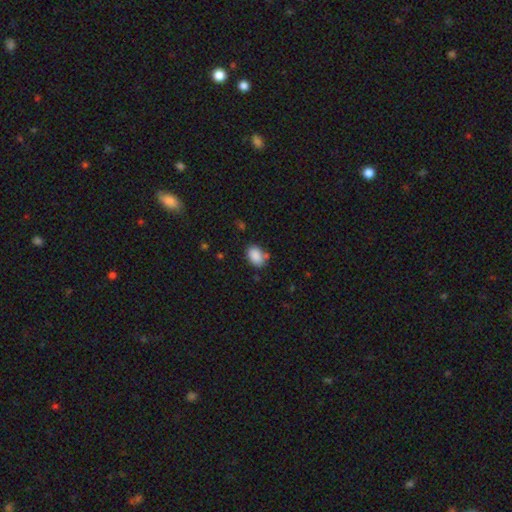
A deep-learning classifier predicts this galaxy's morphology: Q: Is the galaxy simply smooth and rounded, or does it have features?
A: smooth — 88%.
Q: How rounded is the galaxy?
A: in between — 83%.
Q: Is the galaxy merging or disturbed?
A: none — 71%.